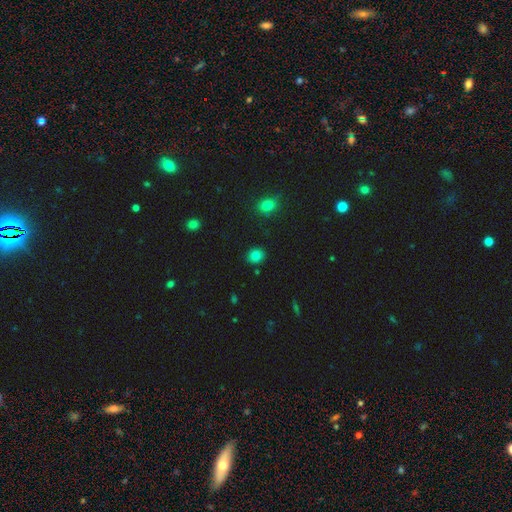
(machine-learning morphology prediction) The model was most divided on "how rounded": round: 73%, in between: 26%, cigar-shaped: 1%. More confident: merging — none (88%); smooth or featured — smooth (82%).